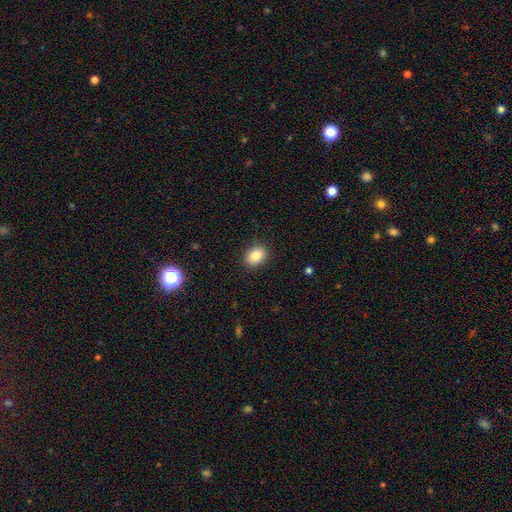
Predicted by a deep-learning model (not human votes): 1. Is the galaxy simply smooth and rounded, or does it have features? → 85% smooth, 9% star or artifact, 6% featured or disk.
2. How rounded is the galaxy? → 68% in between, 31% round, 1% cigar-shaped.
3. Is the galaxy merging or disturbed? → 88% none, 9% minor disturbance, 2% major disturbance, 1% merger.